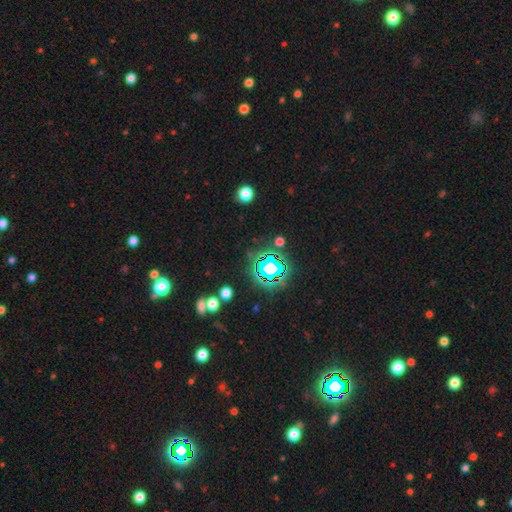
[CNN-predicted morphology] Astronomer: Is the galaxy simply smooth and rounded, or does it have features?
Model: star or artifact — 80%.